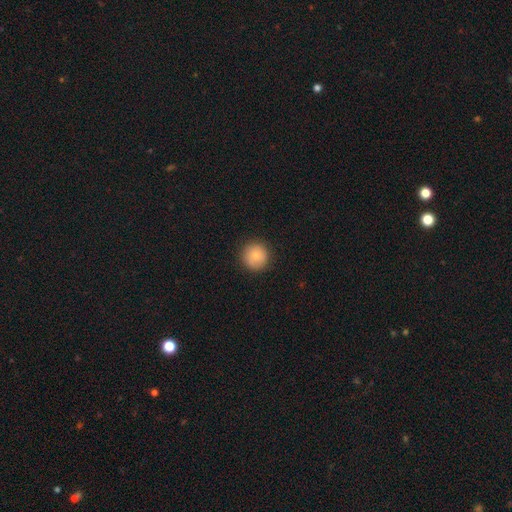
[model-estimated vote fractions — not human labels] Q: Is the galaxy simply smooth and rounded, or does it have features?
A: smooth — 79%.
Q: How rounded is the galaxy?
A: round — 95%.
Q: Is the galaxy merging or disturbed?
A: none — 89%.